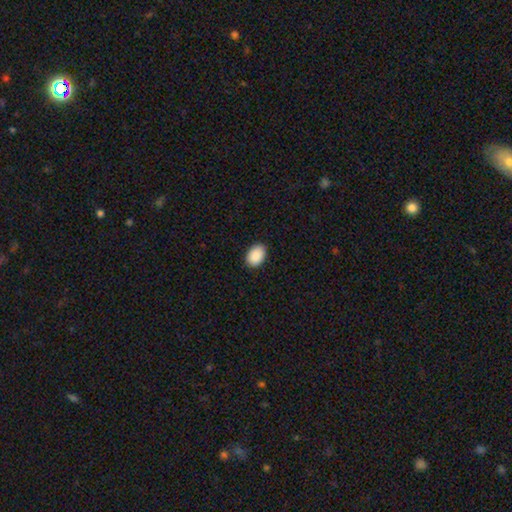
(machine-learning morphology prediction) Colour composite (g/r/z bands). It shows a smooth galaxy with no disk features (91%) that is in between round and cigar-shaped (85%). Merging: none (88%).